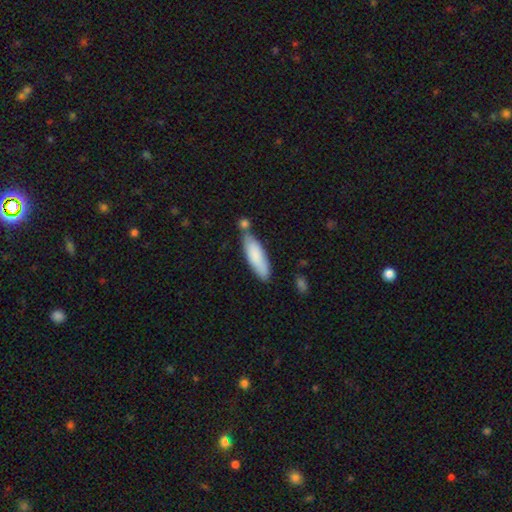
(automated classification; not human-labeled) This appears to be a smooth galaxy with no disk features (83%) that is cigar-shaped (54%). Merging: none (67%).